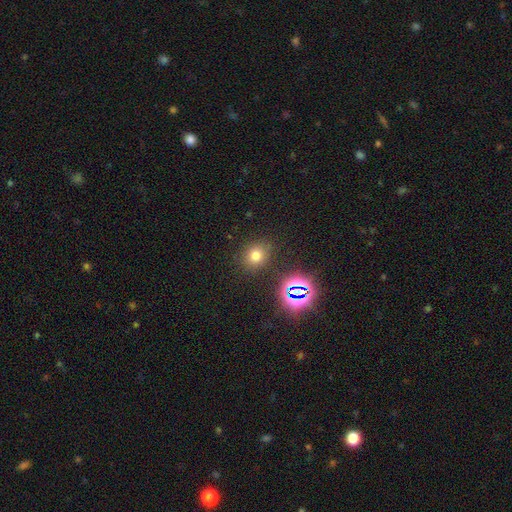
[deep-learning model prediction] Smooth or featured: smooth — 68% (star or artifact — 23%)
How rounded: round — 68% (in between — 30%)
Merging: none — 84% (minor disturbance — 10%)